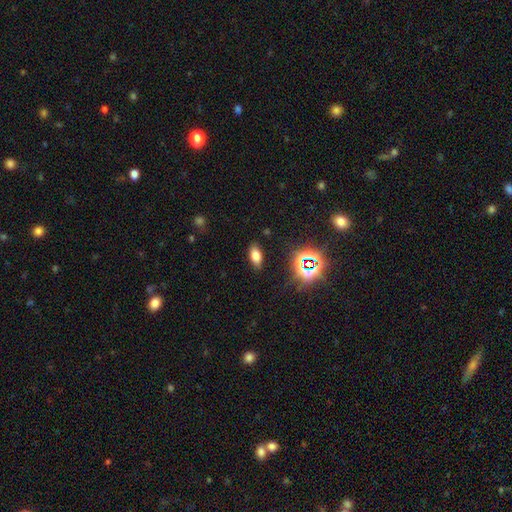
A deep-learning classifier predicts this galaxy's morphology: Smooth or featured?
  - smooth: 69% *
  - star or artifact: 21%
  - featured or disk: 10%
How rounded?
  - in between: 86% *
  - cigar-shaped: 9%
  - round: 6%
Merging?
  - none: 86% *
  - minor disturbance: 9%
  - major disturbance: 3%
  - merger: 1%